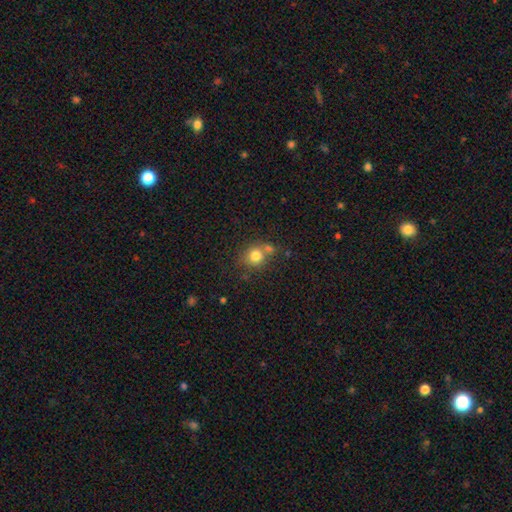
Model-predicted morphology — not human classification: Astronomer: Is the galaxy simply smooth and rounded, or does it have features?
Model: smooth — 79%.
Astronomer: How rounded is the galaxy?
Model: round — 82%.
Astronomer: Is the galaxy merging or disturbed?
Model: none — 55% (runner-up: merger, 30%).